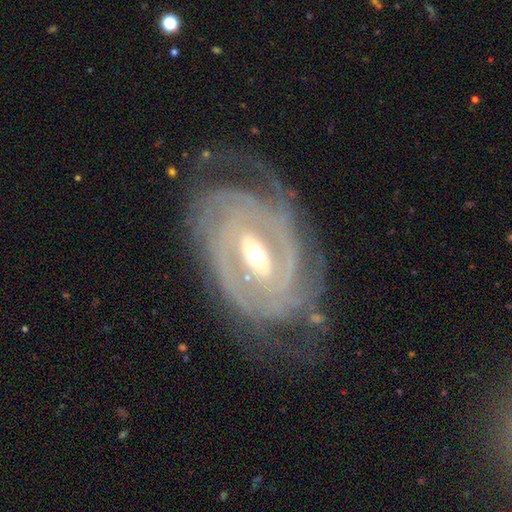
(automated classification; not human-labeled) A featured or disk galaxy (90%) with a strong bar (42%), 2 (31%) tight (73%) spiral arms (96%) and a moderate central bulge (54%).

Vote fractions:
- Smooth or featured? featured or disk: 90% / star or artifact: 5% / smooth: 5%
- Edge-on disk? no: 95% / yes: 5%
- Bar? strong: 42% / weak: 41% / no: 17%
- Spiral arms? yes: 96% / no: 4%
- Spiral winding? tight: 73% / medium: 22% / loose: 5%
- Spiral arm count? 2: 31% / can't tell: 26% / 3: 20% / 4: 12% / more than 4: 6% / 1: 5%
- Bulge size? moderate: 54% / small: 41% / large: 3% / none: 1% / dominant: 1%
- Merging? none: 69% / minor disturbance: 18% / major disturbance: 11% / merger: 2%